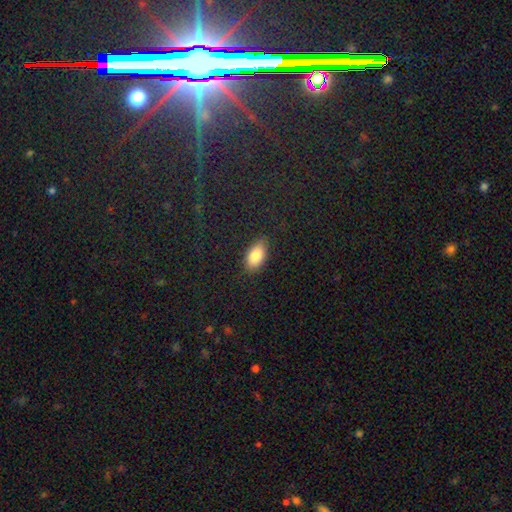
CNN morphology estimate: Q: Smooth or featured?
A: smooth (83%); runner-up: featured or disk (10%)
Q: How rounded?
A: in between (92%); runner-up: round (4%)
Q: Merging?
A: none (85%); runner-up: minor disturbance (11%)